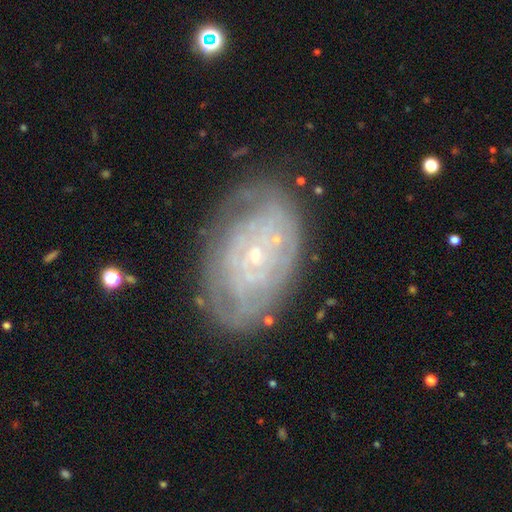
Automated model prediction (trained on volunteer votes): smooth-or-featured: featured or disk: 77% | smooth: 15% | star or artifact: 8%
  disk-edge-on: no: 95% | yes: 5%
    bar: no: 81% | weak: 15% | strong: 4%
    has-spiral-arms: yes: 79% | no: 21%
      spiral-winding: tight: 76% | medium: 18% | loose: 6%
      spiral-arm-count: can't tell: 58% | 2: 12% | 4: 9% | more than 4: 8% | 3: 8% | 1: 5%
    bulge-size: small: 84% | moderate: 12% | none: 2% | large: 1% | dominant: 1%
  merging: none: 71% | minor disturbance: 19% | major disturbance: 8% | merger: 2%